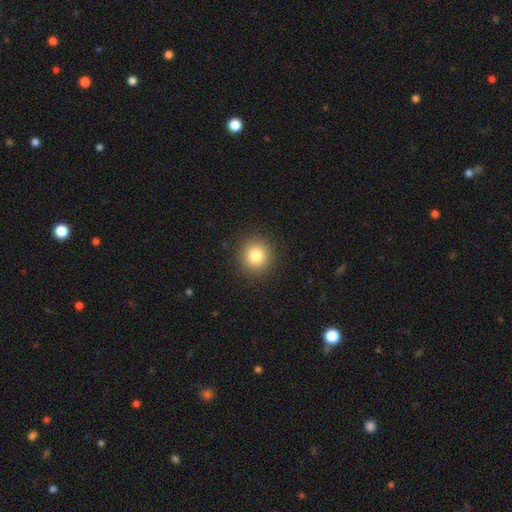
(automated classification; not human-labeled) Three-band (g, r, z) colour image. It shows a smooth galaxy with no disk features (82%) that is round (92%). Merging: none (91%).